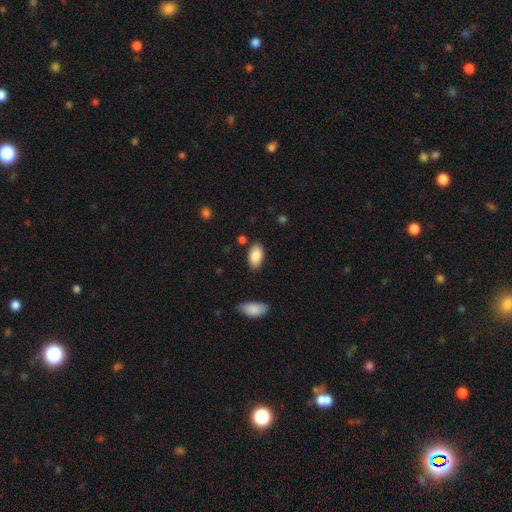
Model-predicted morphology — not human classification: Smooth or featured?
  - smooth: 88% *
  - star or artifact: 7%
  - featured or disk: 6%
How rounded?
  - in between: 94% *
  - round: 4%
  - cigar-shaped: 2%
Merging?
  - none: 82% *
  - minor disturbance: 12%
  - merger: 3%
  - major disturbance: 3%